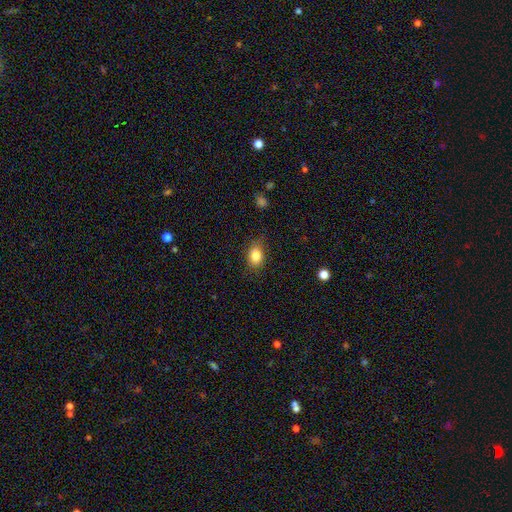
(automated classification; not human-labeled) Smooth or featured: smooth — 84% (star or artifact — 9%)
How rounded: in between — 70% (round — 28%)
Merging: none — 79% (minor disturbance — 17%)